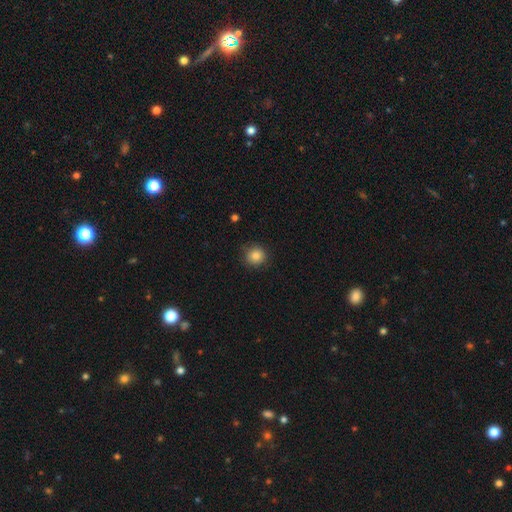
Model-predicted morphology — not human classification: smooth-or-featured: smooth: 85% | star or artifact: 10% | featured or disk: 5%
  how-rounded: round: 91% | in between: 8% | cigar-shaped: 1%
  merging: none: 84% | minor disturbance: 12% | major disturbance: 3% | merger: 1%